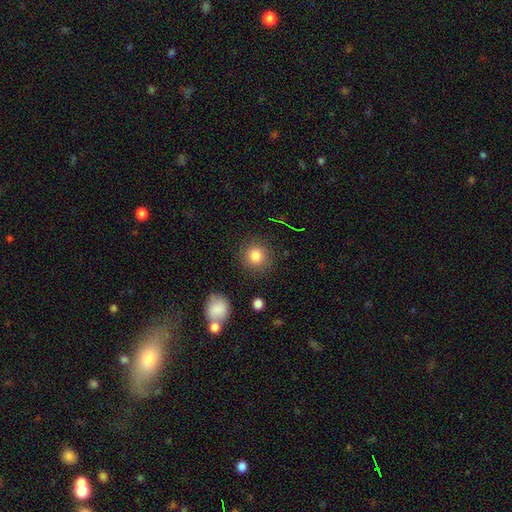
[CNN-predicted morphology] type=smooth (83%); roundness=round (89%); merging=none (86%).